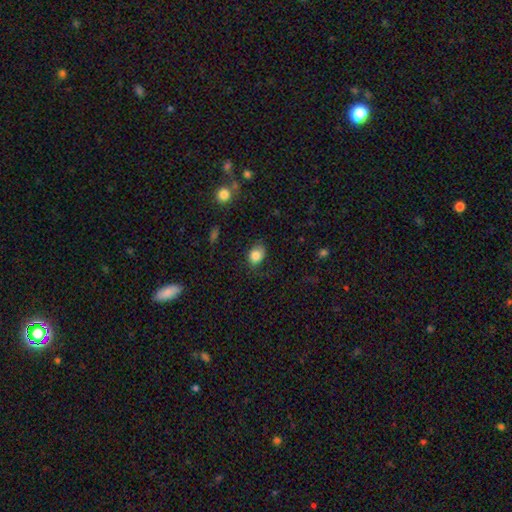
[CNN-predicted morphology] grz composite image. It shows a smooth galaxy with no disk features (83%) that is in between round and cigar-shaped (66%). Merging: none (66%).